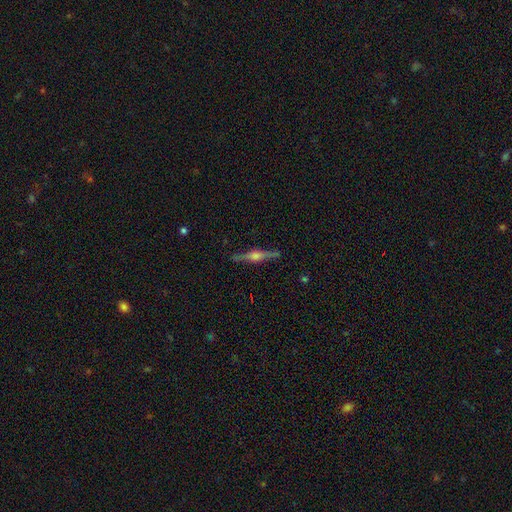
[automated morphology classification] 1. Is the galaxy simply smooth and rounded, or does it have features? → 80% featured or disk, 14% smooth, 6% star or artifact.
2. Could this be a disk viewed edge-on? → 98% yes, 2% no.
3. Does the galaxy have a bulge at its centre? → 84% rounded, 13% boxy, 3% none.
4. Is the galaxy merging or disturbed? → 89% none, 8% minor disturbance, 2% major disturbance, 1% merger.